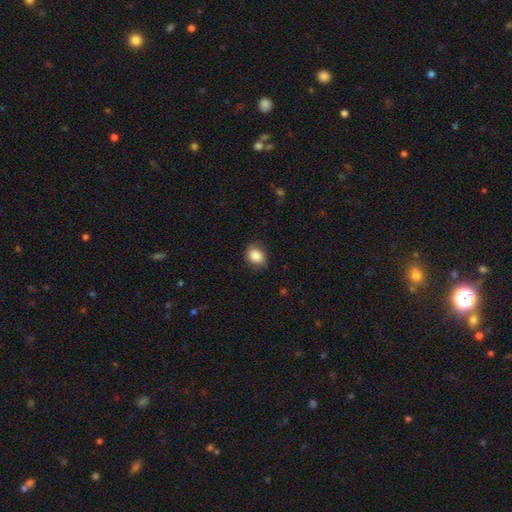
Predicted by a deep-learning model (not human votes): Smooth or featured: smooth — 86% (star or artifact — 8%)
How rounded: in between — 50% (round — 49%)
Merging: none — 80% (minor disturbance — 16%)